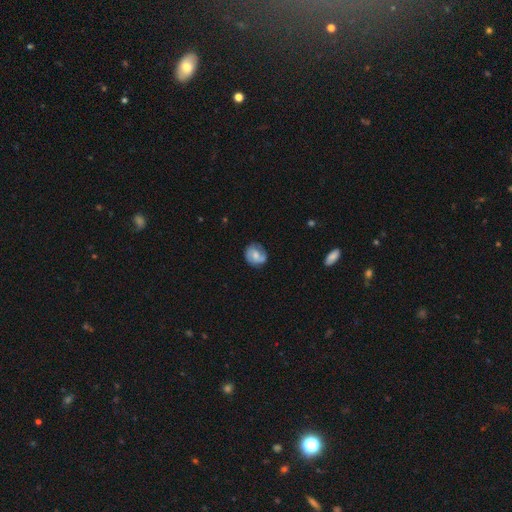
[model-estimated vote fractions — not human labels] Morphology: type=featured or disk (54%); edge-on=no (97%); bar=no (45%); spiral arms=yes (84%); bulge=moderate (54%); merging=none (72%).